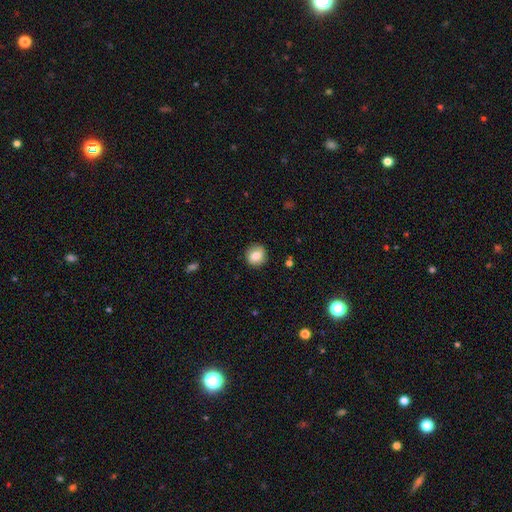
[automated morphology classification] Smooth or featured: smooth — 82% (featured or disk — 10%)
How rounded: round — 84% (in between — 15%)
Merging: none — 87% (minor disturbance — 9%)